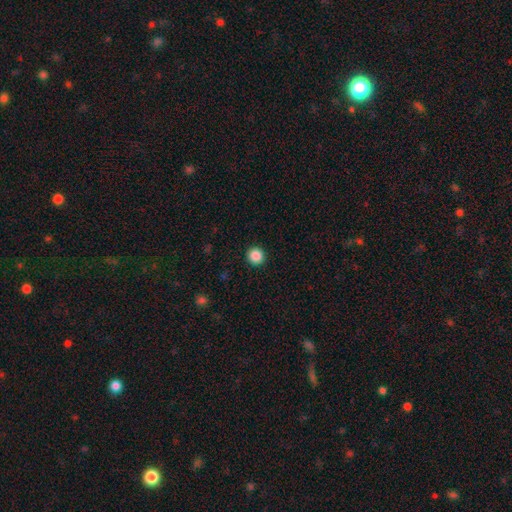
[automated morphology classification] Overall: smooth (87%). How rounded: round (94%). Merging: none (93%).